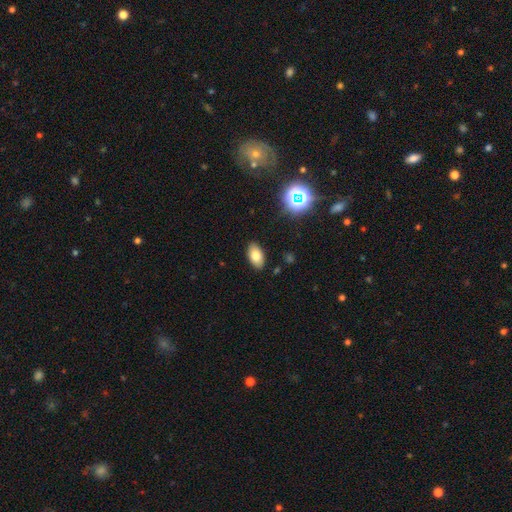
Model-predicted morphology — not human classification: type=smooth (77%); roundness=in between (93%); merging=none (88%).